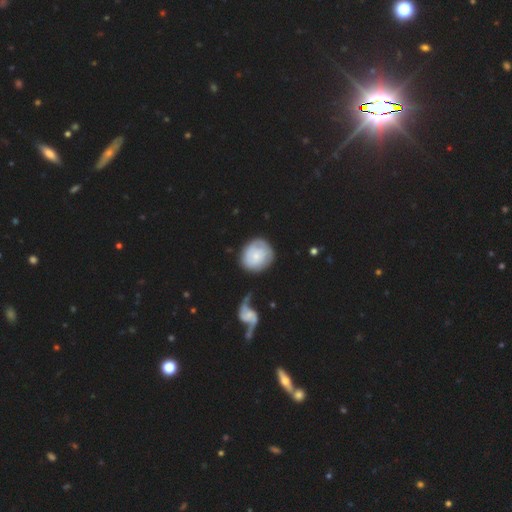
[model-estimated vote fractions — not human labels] The model was most divided on "smooth or featured": featured or disk: 49%, smooth: 45%, star or artifact: 6%. More confident: merging — none (59%).